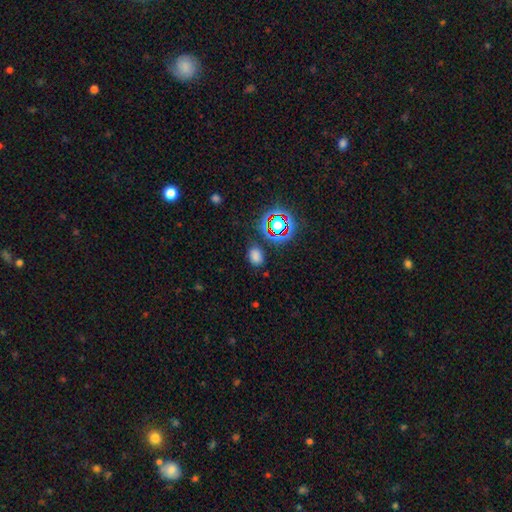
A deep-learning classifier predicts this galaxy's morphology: Smooth or featured: smooth — 70% (star or artifact — 24%)
How rounded: in between — 67% (round — 32%)
Merging: none — 79% (minor disturbance — 13%)